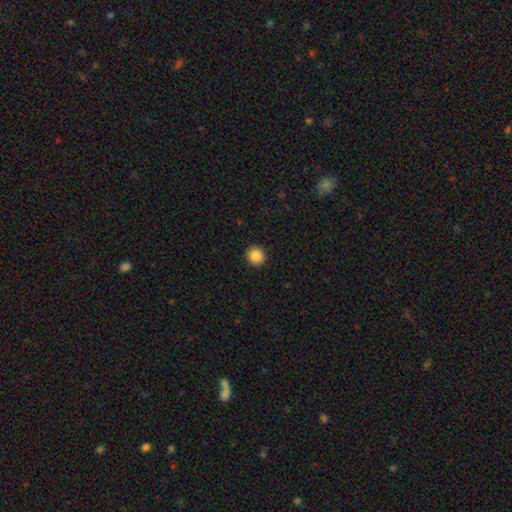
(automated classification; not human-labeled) This appears to be a smooth galaxy with no disk features (88%) that is round (93%). Merging: none (92%).